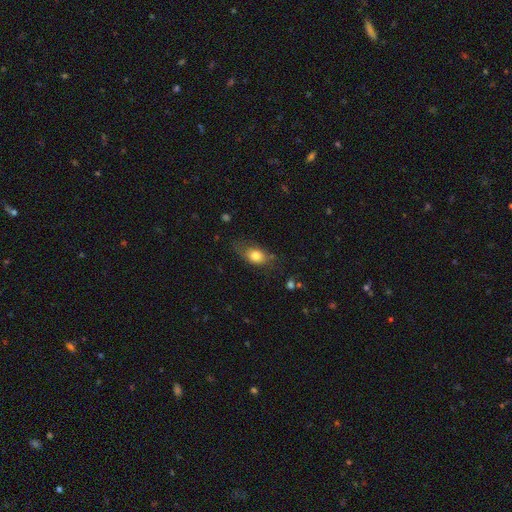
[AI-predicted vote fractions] Smooth or featured: smooth — 77% (featured or disk — 14%)
How rounded: in between — 74% (round — 23%)
Merging: none — 55% (minor disturbance — 29%)